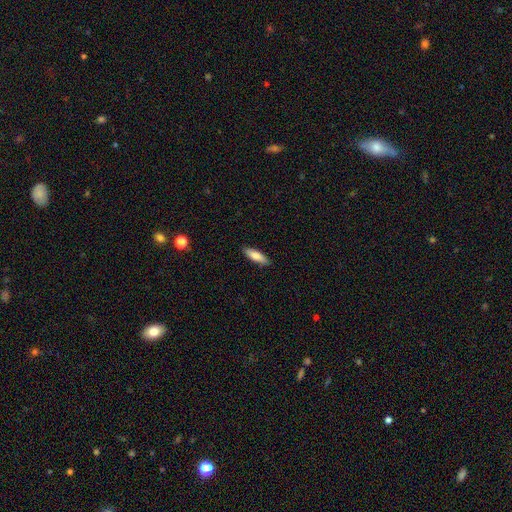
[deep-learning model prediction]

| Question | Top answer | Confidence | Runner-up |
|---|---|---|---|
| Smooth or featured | smooth | 78% | featured or disk (16%) |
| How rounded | cigar-shaped | 53% | in between (45%) |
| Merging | none | 89% | minor disturbance (8%) |